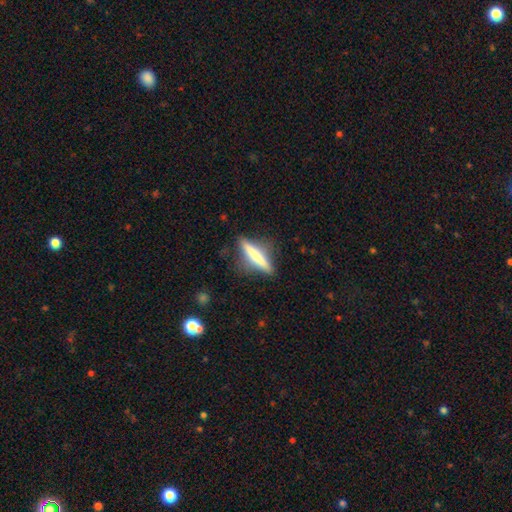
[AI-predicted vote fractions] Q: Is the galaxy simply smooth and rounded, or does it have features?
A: smooth — 57%.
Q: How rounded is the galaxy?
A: cigar-shaped — 89%.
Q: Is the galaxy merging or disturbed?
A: none — 81%.